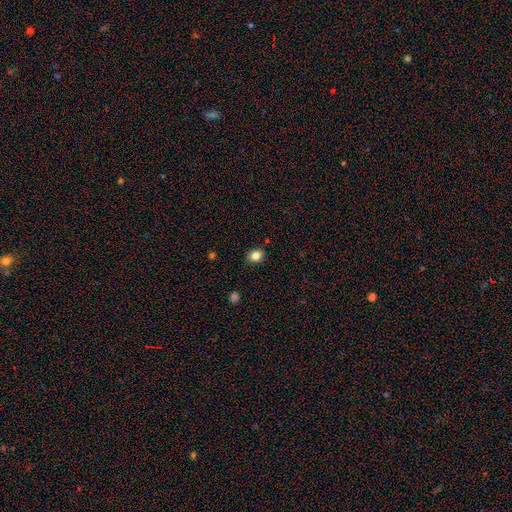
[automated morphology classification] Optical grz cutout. It shows a smooth galaxy with no disk features (83%) that is round (62%). Merging: none (88%).